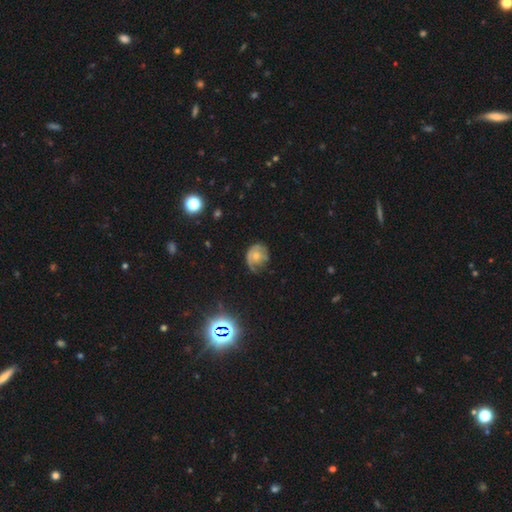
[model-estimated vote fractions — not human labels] Smooth or featured: featured or disk — 53% (smooth — 36%)
Edge-on disk: no — 97% (yes — 3%)
Bar: no — 82% (weak — 16%)
Spiral arms: yes — 75% (no — 25%)
Bulge size: small — 47% (moderate — 44%)
Merging: none — 49% (minor disturbance — 31%)